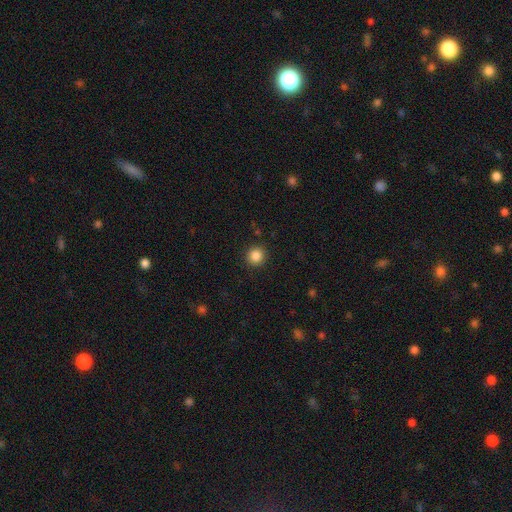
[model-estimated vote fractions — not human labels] This is clearly a smooth galaxy (86%). How rounded: clearly round (93%). Merging: clearly none (91%).